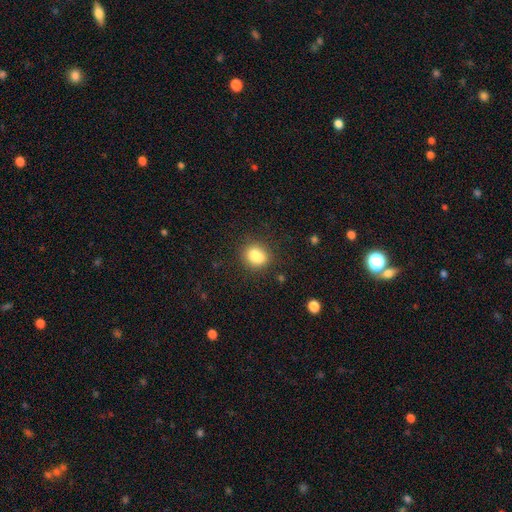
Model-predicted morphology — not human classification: type=smooth (81%); roundness=round (55%); merging=none (70%).